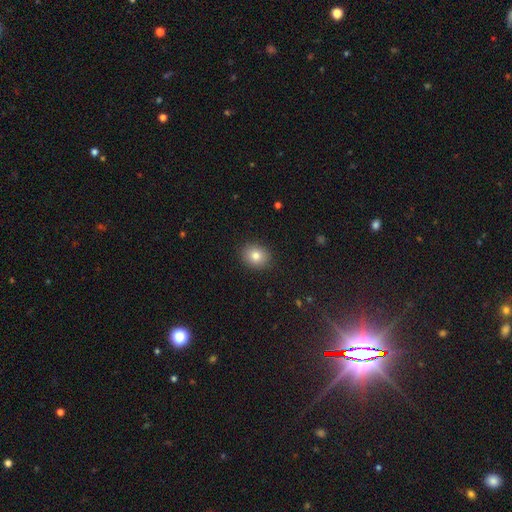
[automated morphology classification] Smooth or featured: smooth — 81% (star or artifact — 10%)
How rounded: round — 67% (in between — 32%)
Merging: none — 90% (minor disturbance — 7%)